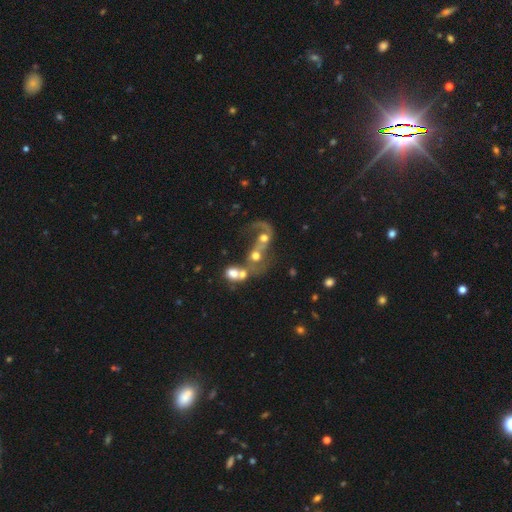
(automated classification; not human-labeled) A featured or disk galaxy (51%).

Vote fractions:
- Smooth or featured? featured or disk: 51% / smooth: 36% / star or artifact: 14%
- Edge-on disk? no: 96% / yes: 4%
- Merging? merger: 68% / major disturbance: 16% / none: 12% / minor disturbance: 5%